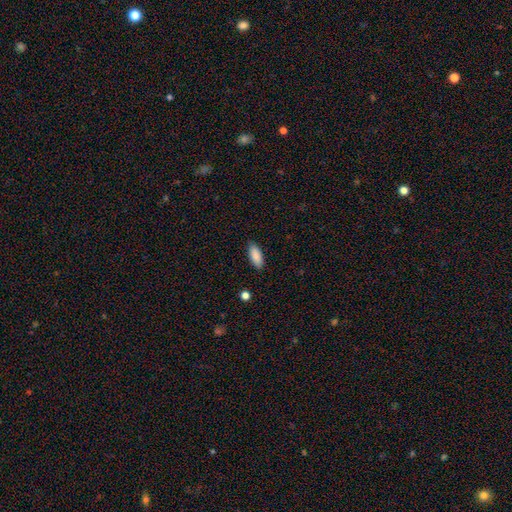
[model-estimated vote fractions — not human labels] smooth-or-featured: smooth: 89% | star or artifact: 7% | featured or disk: 5%
  how-rounded: in between: 82% | cigar-shaped: 17% | round: 2%
  merging: none: 88% | minor disturbance: 9% | major disturbance: 2% | merger: 1%